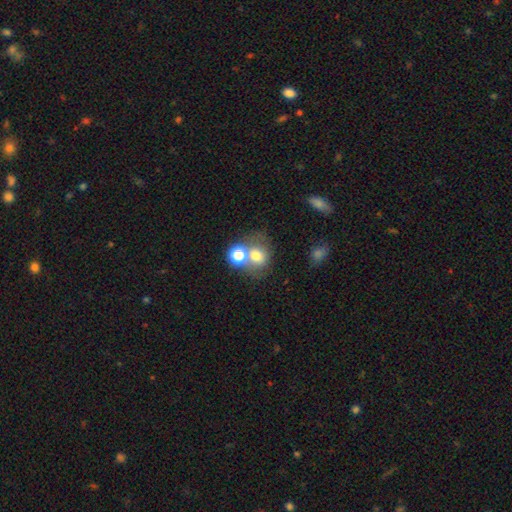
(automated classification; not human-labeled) A smooth galaxy with no disk features (69%) that is round (64%).

Vote fractions:
- Smooth or featured? smooth: 69% / featured or disk: 17% / star or artifact: 14%
- How rounded? round: 64% / in between: 36% / cigar-shaped: 1%
- Merging? merger: 41% (tied) / none: 41% (tied) / minor disturbance: 11% / major disturbance: 7%